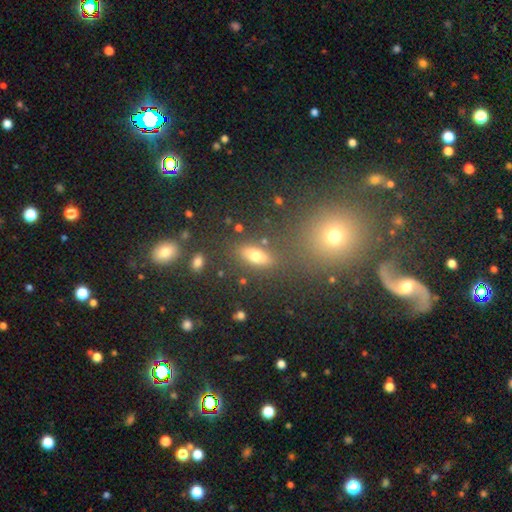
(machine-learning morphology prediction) The model was most divided on "how rounded": in between: 72%, cigar-shaped: 19%, round: 9%. More confident: merging — none (78%); smooth or featured — smooth (71%).